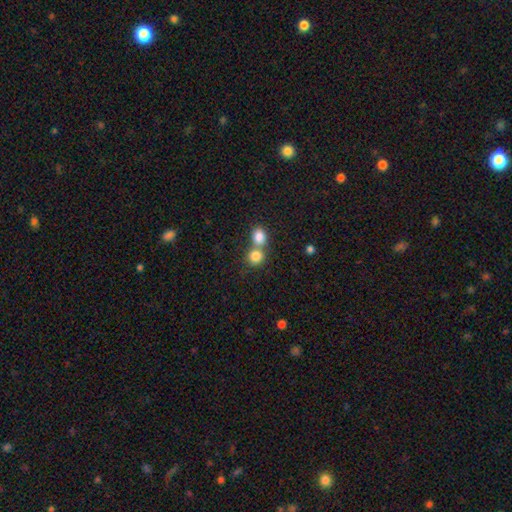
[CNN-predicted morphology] Smooth or featured? Predicted: smooth (p=0.82). How rounded? Predicted: round (p=0.80). Merging? Predicted: merger (p=0.52).